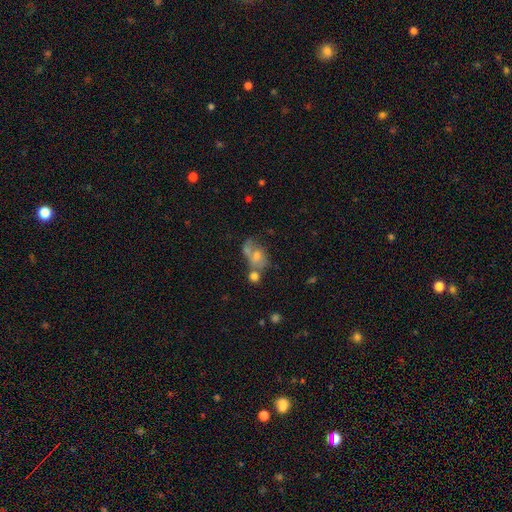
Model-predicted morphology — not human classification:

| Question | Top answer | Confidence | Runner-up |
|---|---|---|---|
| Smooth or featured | smooth | 49% | featured or disk (40%) |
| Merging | merger | 35% | none (29%) |